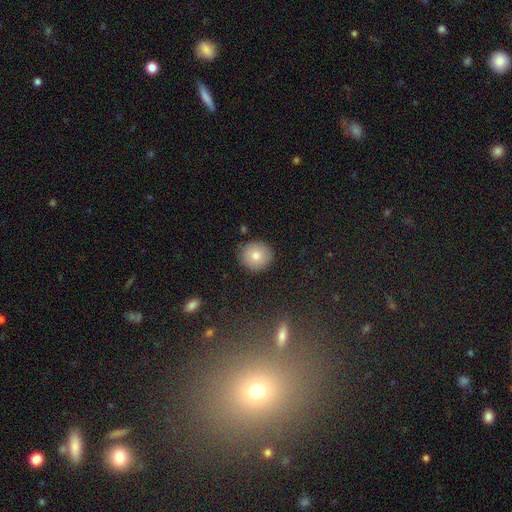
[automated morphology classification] The model was most divided on "smooth or featured": smooth: 77%, featured or disk: 14%, star or artifact: 9%. More confident: how rounded — round (90%); merging — none (87%).